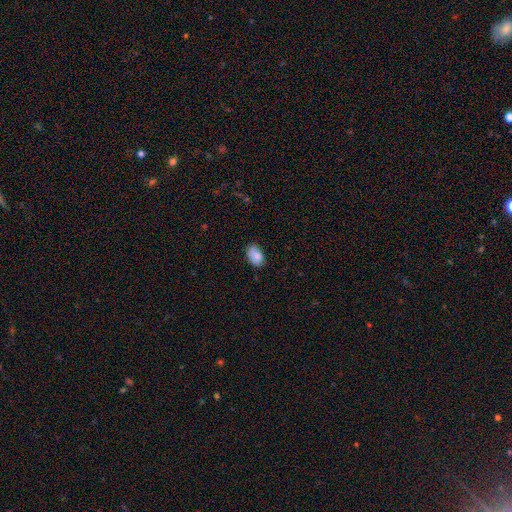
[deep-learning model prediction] Smooth or featured? Predicted: smooth (p=0.84). How rounded? Predicted: in between (p=0.90). Merging? Predicted: none (p=0.70).